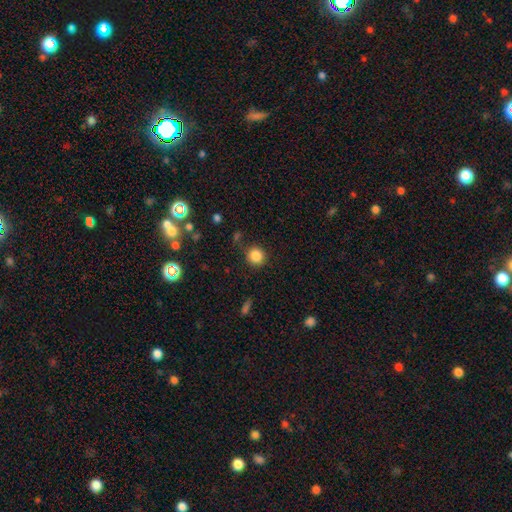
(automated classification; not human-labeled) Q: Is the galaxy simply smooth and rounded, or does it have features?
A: smooth — 85%.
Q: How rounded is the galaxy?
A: round — 91%.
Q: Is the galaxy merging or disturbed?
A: none — 84%.